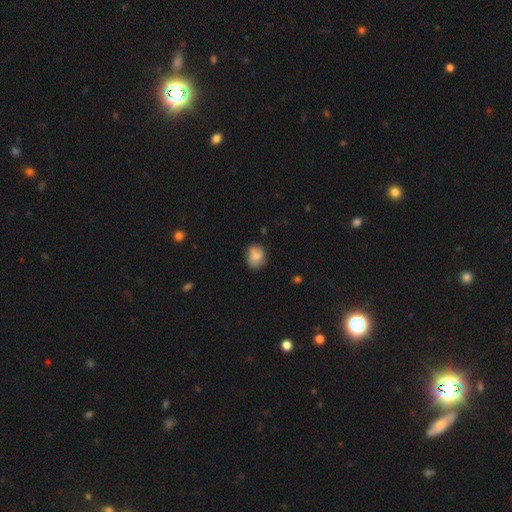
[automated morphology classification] Smooth or featured: smooth — 76% (featured or disk — 16%)
How rounded: round — 56% (in between — 43%)
Merging: none — 68% (minor disturbance — 24%)